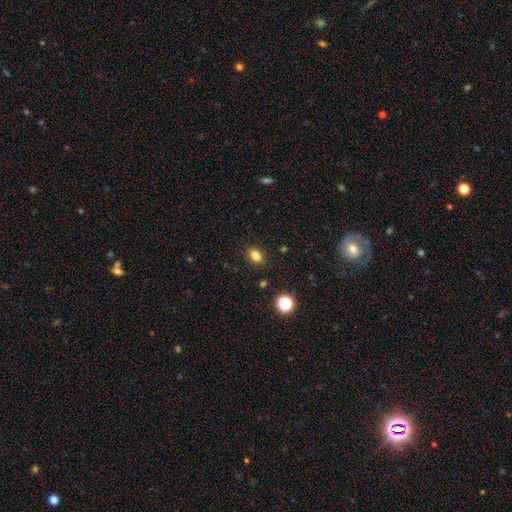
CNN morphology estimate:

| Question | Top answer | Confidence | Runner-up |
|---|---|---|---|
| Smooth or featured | smooth | 82% | star or artifact (12%) |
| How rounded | in between | 80% | round (18%) |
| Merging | none | 87% | minor disturbance (9%) |